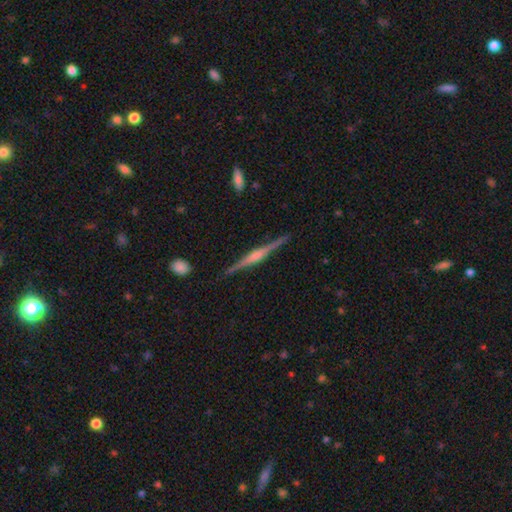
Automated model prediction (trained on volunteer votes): Smooth or featured?
  - featured or disk: 83% *
  - smooth: 11%
  - star or artifact: 6%
Edge-on disk?
  - yes: 99% *
  - no: 1%
Edge-on bulge?
  - rounded: 69% *
  - boxy: 23%
  - none: 8%
Merging?
  - none: 90% *
  - minor disturbance: 7%
  - major disturbance: 2%
  - merger: 1%